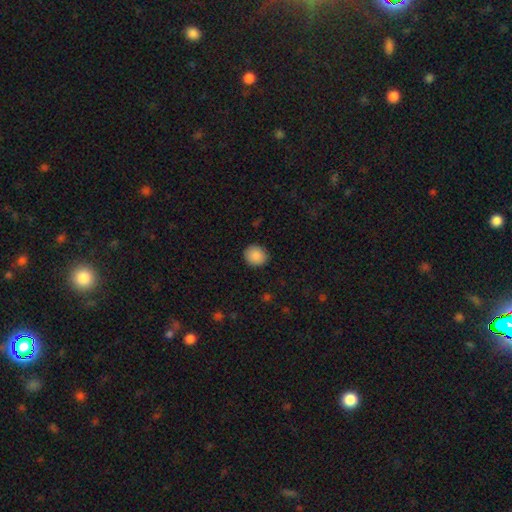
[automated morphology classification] smooth_or_featured: smooth (p=0.89) [alt: star or artifact p=0.08]
how_rounded: round (p=0.79) [alt: in between p=0.20]
merging: none (p=0.88) [alt: minor disturbance p=0.09]